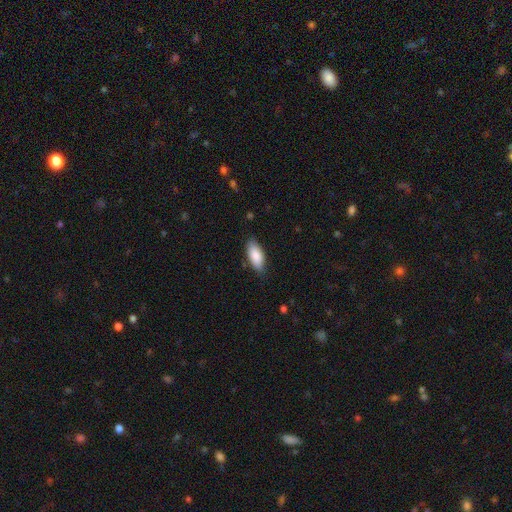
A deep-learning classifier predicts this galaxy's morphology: A smooth galaxy with no disk features (87%) that is in between round and cigar-shaped (88%). Merging: none (80%).